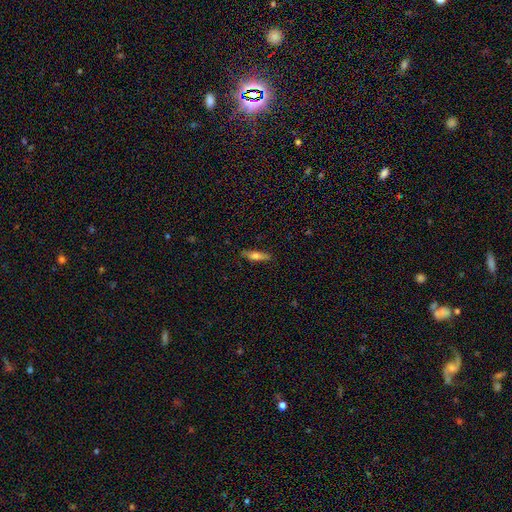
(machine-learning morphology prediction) This is likely a smooth galaxy (68%). How rounded: likely cigar-shaped (66%). Merging: clearly none (81%).